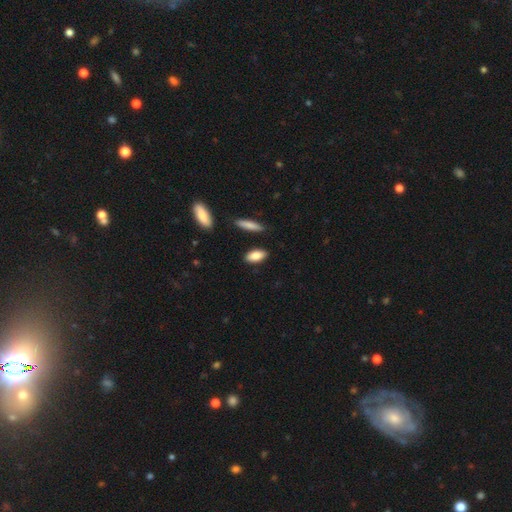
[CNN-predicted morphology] Q: Smooth or featured?
A: smooth (86%); runner-up: featured or disk (8%)
Q: How rounded?
A: in between (84%); runner-up: cigar-shaped (13%)
Q: Merging?
A: none (86%); runner-up: minor disturbance (10%)